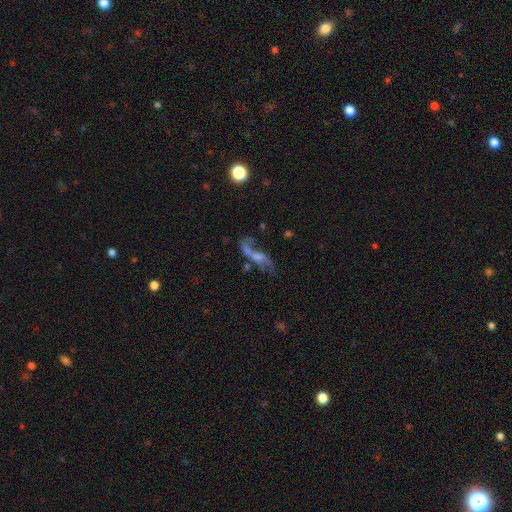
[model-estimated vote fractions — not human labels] The model was most divided on "bulge size": none: 38%, small: 31%, moderate: 23%, large: 6%, dominant: 2%. Remaining: edge-on disk — no (86%); spiral arms — yes (69%); smooth or featured — featured or disk (62%); bar — no (59%); merging — none (35%).